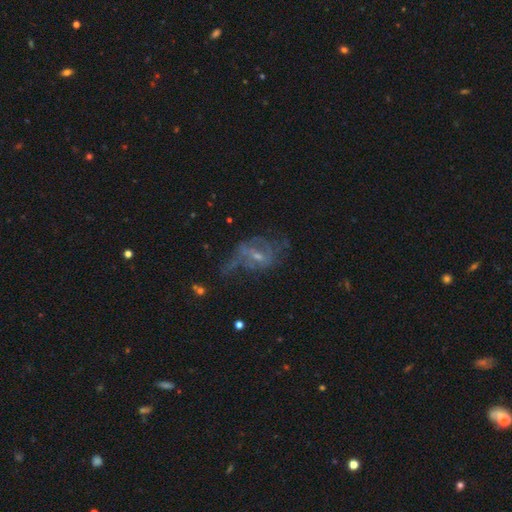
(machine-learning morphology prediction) smooth_or_featured: featured or disk (p=0.65) [alt: smooth p=0.18]
disk_edge_on: no (p=0.95) [alt: yes p=0.05]
bar: no (p=0.45) [alt: weak p=0.42]
has_spiral_arms: yes (p=0.57) [alt: no p=0.43]
bulge_size: small (p=0.63) [alt: moderate p=0.24]
merging: major disturbance (p=0.39) [alt: none p=0.35]